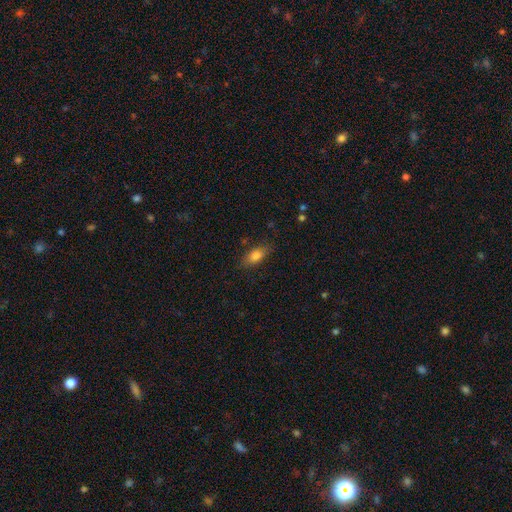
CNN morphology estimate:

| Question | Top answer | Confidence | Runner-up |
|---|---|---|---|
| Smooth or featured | smooth | 79% | featured or disk (13%) |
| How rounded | in between | 81% | cigar-shaped (14%) |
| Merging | none | 80% | minor disturbance (15%) |